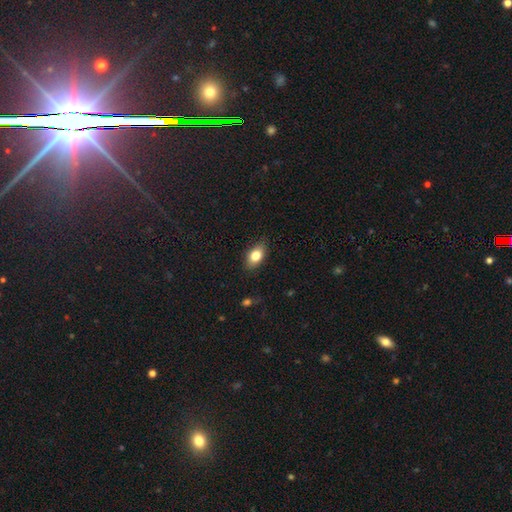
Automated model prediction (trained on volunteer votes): Smooth or featured: smooth — 81% (featured or disk — 11%)
How rounded: in between — 87% (round — 10%)
Merging: none — 85% (minor disturbance — 12%)